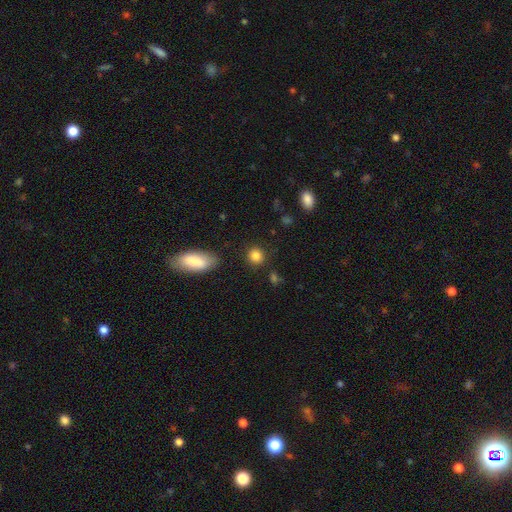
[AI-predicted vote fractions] smooth 85%, star or artifact 10%, featured or disk 5%. Down the decision tree: how rounded — round (81%); merging — none (86%).